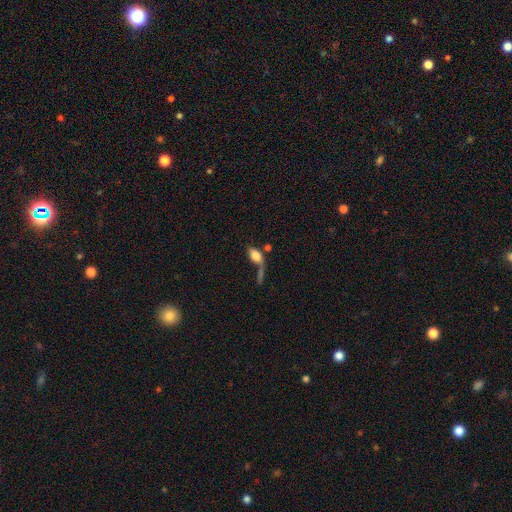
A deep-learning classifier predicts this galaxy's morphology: Q: Smooth or featured?
A: smooth (72%); runner-up: featured or disk (18%)
Q: How rounded?
A: in between (84%); runner-up: round (10%)
Q: Merging?
A: merger (33%); runner-up: none (29%)